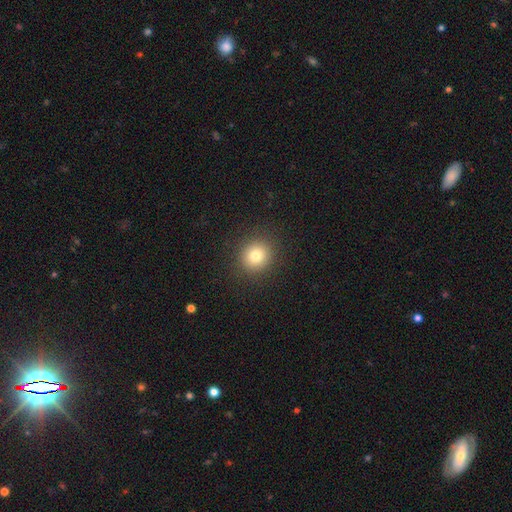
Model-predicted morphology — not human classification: This appears to be a smooth galaxy with no disk features (79%) that is round (87%). Merging: none (91%).